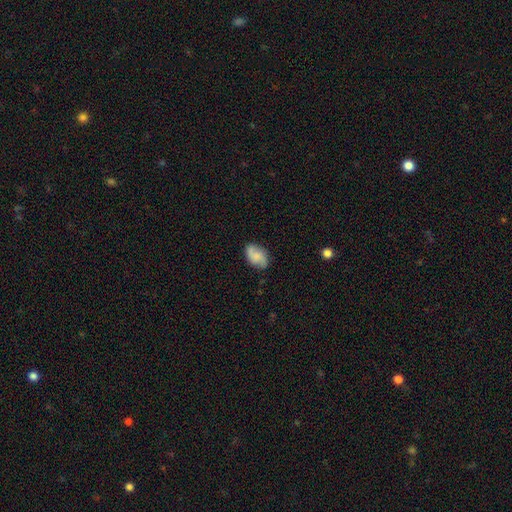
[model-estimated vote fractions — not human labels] Morphology: type=smooth (52%); roundness=in between (84%); merging=none (75%).